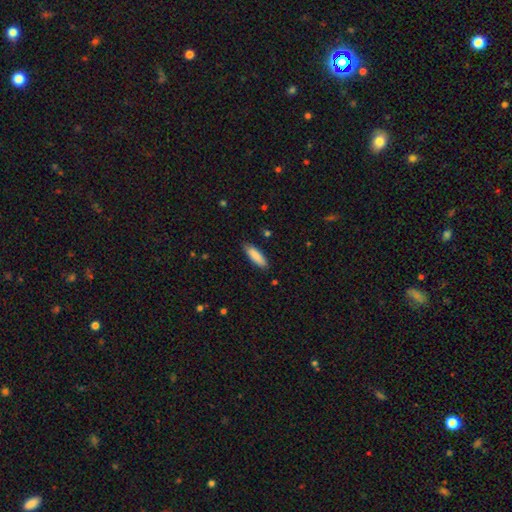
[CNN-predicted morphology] smooth 87%, featured or disk 7%, star or artifact 6%. Down the decision tree: how rounded — cigar-shaped (54%); merging — none (86%).